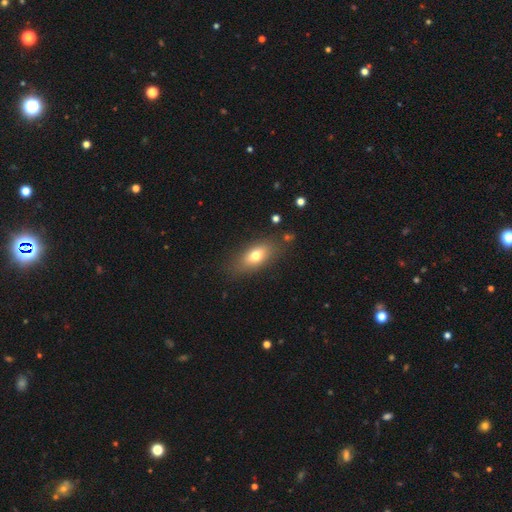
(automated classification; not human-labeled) smooth-or-featured: smooth: 71% | featured or disk: 20% | star or artifact: 8%
  how-rounded: in between: 81% | cigar-shaped: 12% | round: 7%
  merging: none: 80% | minor disturbance: 13% | major disturbance: 4% | merger: 2%